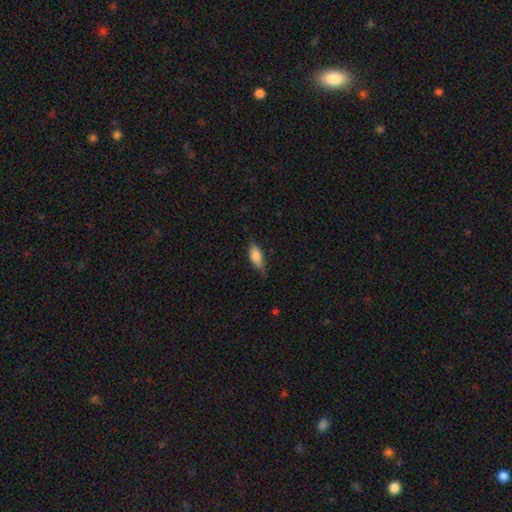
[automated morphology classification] type=smooth (83%); roundness=in between (80%); merging=none (65%).